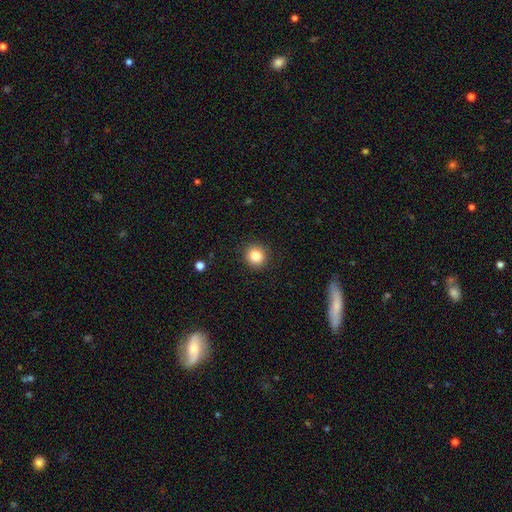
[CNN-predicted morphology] smooth-or-featured: smooth: 83% | star or artifact: 11% | featured or disk: 6%
  how-rounded: round: 91% | in between: 8% | cigar-shaped: 1%
  merging: none: 91% | minor disturbance: 6% | major disturbance: 2% | merger: 1%